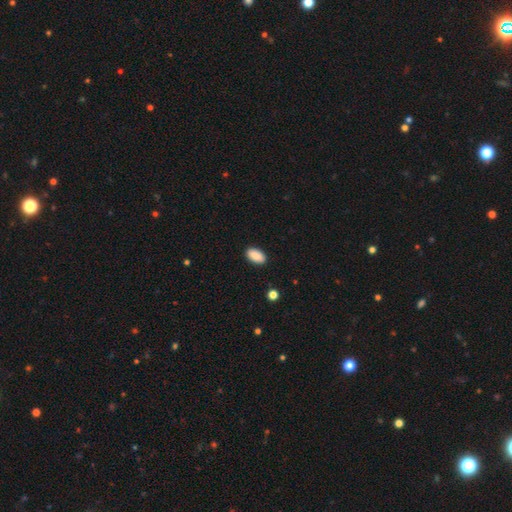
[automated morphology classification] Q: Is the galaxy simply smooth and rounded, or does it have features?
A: smooth — 90%.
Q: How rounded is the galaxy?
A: in between — 94%.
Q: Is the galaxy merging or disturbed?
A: none — 90%.